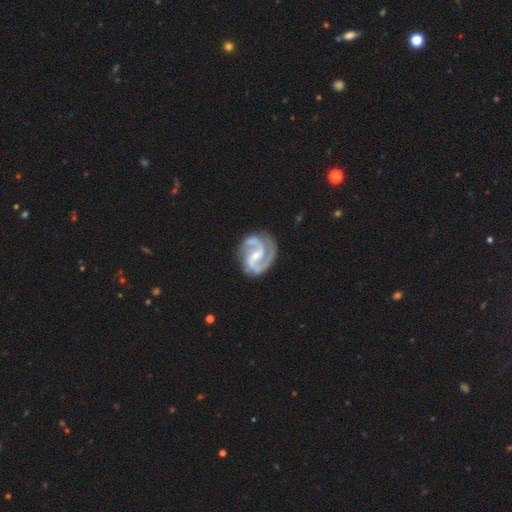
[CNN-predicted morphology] Overall: featured or disk (93%). Edge-on disk: no (98%). Bar: weak (49%; strong 29%). Spiral arms: yes (98%). Spiral arm count: 2 (89%). Spiral winding: medium (60%; tight 25%). Bulge size: small (59%; moderate 32%). Merging: none (74%).